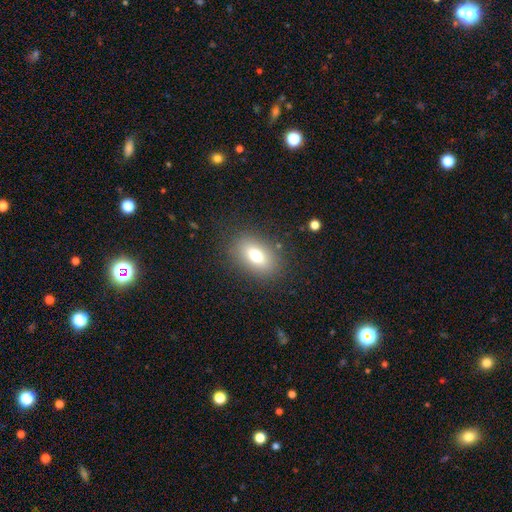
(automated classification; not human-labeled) Overall: smooth (74%). How rounded: in between (83%). Merging: none (84%).